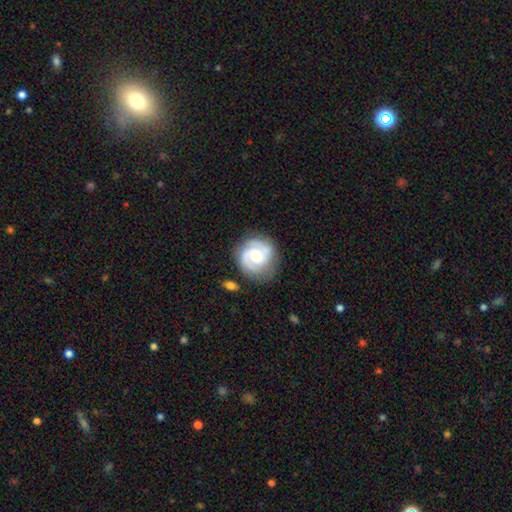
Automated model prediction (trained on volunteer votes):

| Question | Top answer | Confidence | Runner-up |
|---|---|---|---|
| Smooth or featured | featured or disk | 78% | smooth (17%) |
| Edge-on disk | no | 98% | yes (2%) |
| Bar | no | 60% | weak (34%) |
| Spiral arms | yes | 95% | no (5%) |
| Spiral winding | tight | 48% | medium (40%) |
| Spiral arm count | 2 | 71% | 3 (11%) |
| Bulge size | moderate | 60% | small (29%) |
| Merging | none | 75% | minor disturbance (16%) |